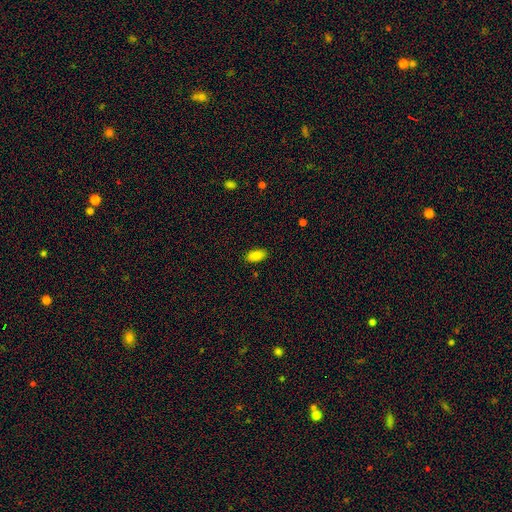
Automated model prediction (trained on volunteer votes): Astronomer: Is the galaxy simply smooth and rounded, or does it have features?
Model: smooth — 88%.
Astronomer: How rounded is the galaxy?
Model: in between — 93%.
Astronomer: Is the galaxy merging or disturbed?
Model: none — 88%.